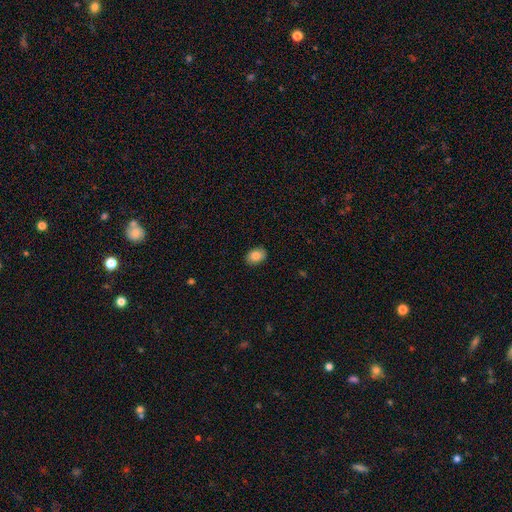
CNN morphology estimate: Smooth or featured: smooth — 86% (star or artifact — 8%)
How rounded: in between — 79% (round — 20%)
Merging: none — 88% (minor disturbance — 9%)